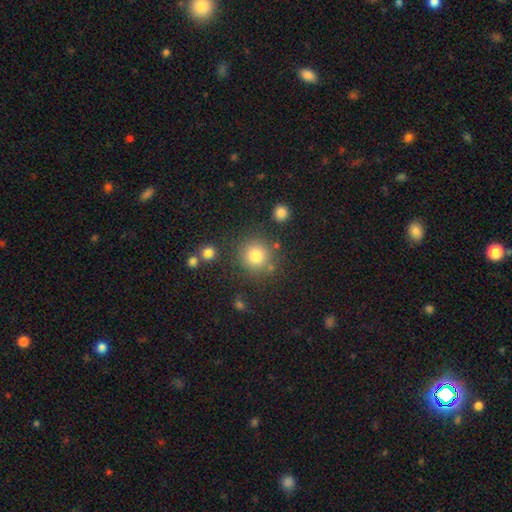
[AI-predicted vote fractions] Q: Smooth or featured?
A: smooth (80%); runner-up: star or artifact (13%)
Q: How rounded?
A: round (93%); runner-up: in between (6%)
Q: Merging?
A: none (82%); runner-up: minor disturbance (9%)